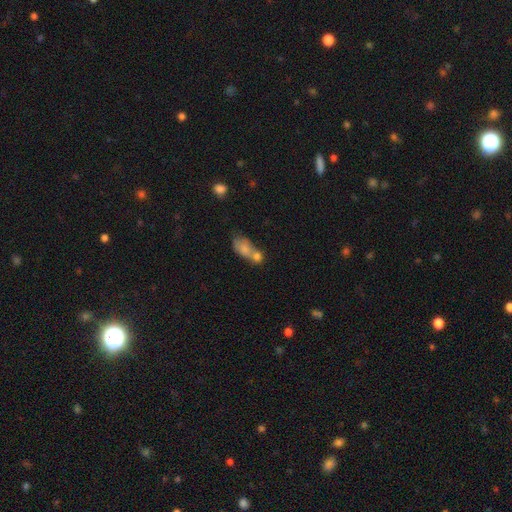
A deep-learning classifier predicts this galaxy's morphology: smooth-or-featured: smooth: 71% | featured or disk: 18% | star or artifact: 11%
  how-rounded: in between: 66% | round: 27% | cigar-shaped: 7%
  merging: merger: 62% | none: 23% | minor disturbance: 9% | major disturbance: 6%